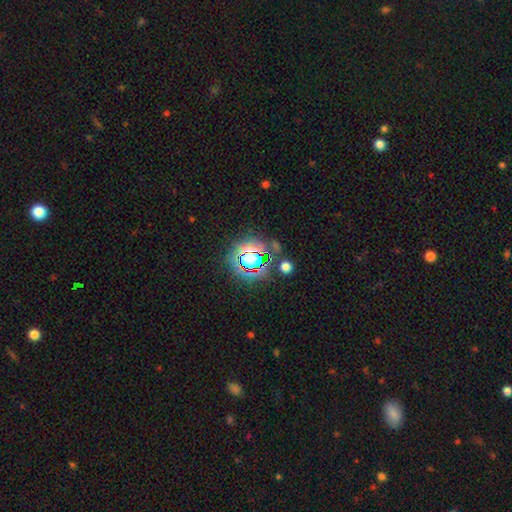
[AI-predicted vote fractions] This is possibly a star or artifact rather than a galaxy (58%).